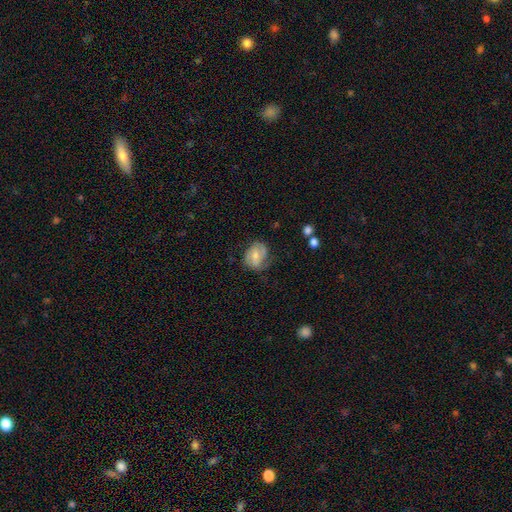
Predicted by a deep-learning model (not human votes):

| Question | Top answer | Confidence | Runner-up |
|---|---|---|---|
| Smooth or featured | smooth | 51% | featured or disk (42%) |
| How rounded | in between | 55% | round (44%) |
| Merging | none | 54% | minor disturbance (30%) |